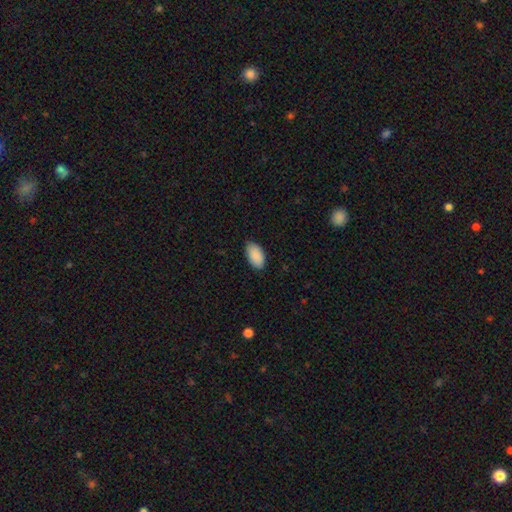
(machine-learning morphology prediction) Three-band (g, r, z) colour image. It shows a smooth galaxy with no disk features (90%) that is in between round and cigar-shaped (95%). Merging: none (85%).